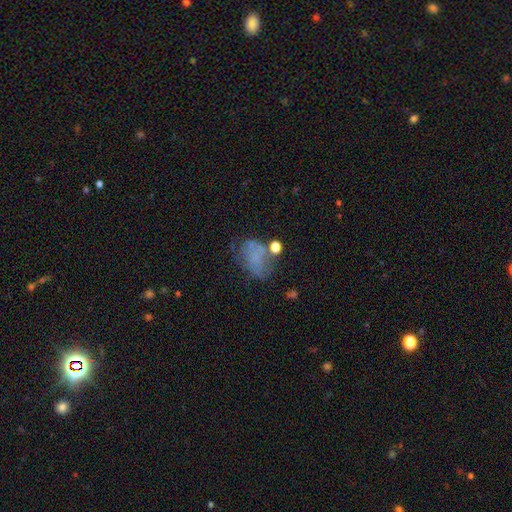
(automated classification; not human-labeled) This appears to be a smooth galaxy with no disk features (50%) that is in between round and cigar-shaped (74%). Merging: none (37%).